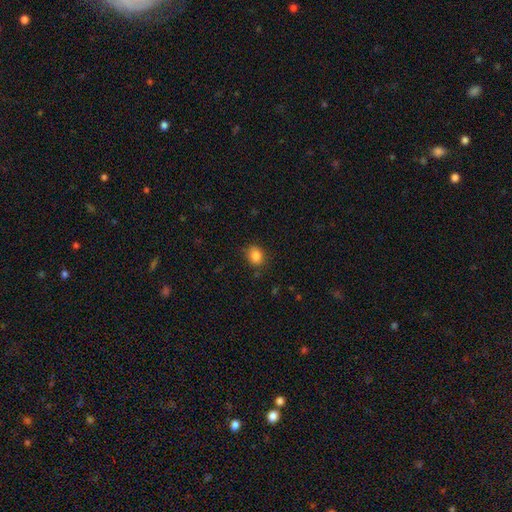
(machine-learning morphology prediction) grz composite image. It shows a smooth galaxy with no disk features (85%) that is round (57%). Merging: none (81%).